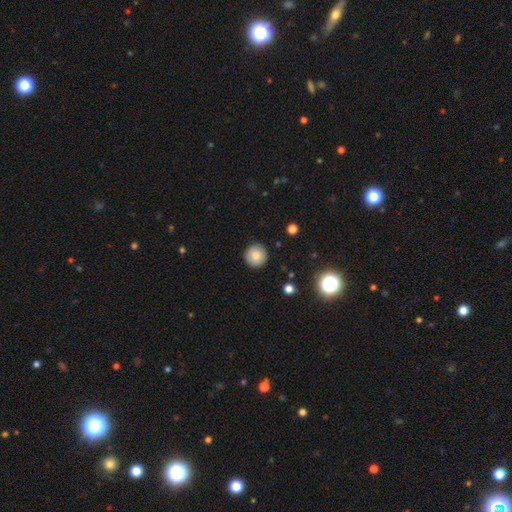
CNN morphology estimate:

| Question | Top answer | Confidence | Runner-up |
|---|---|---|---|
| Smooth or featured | smooth | 83% | star or artifact (10%) |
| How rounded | round | 96% | in between (4%) |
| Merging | none | 92% | minor disturbance (6%) |